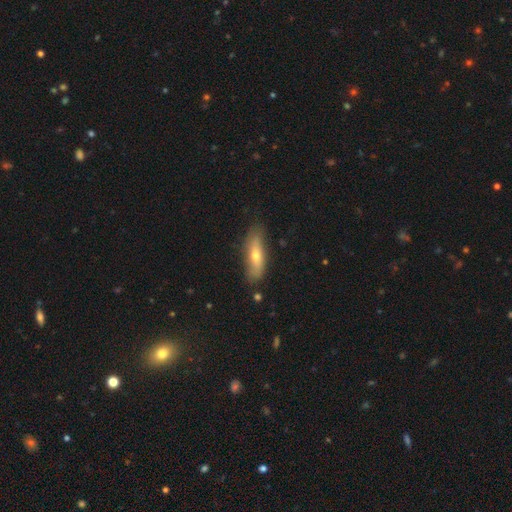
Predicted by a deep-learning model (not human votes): Smooth or featured?
  - smooth: 52% *
  - featured or disk: 41%
  - star or artifact: 7%
How rounded?
  - cigar-shaped: 56% *
  - in between: 41%
  - round: 3%
Merging?
  - none: 77% *
  - minor disturbance: 17%
  - major disturbance: 3%
  - merger: 2%